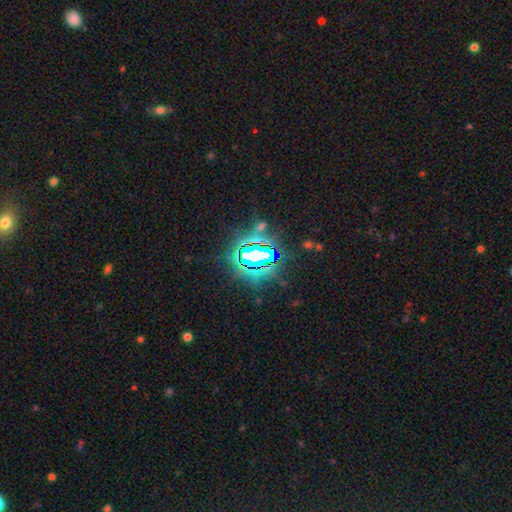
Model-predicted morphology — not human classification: Smooth or featured?
  - star or artifact: 79% *
  - smooth: 11%
  - featured or disk: 11%